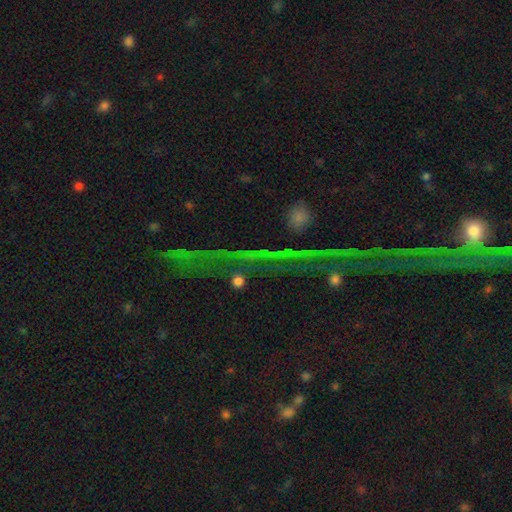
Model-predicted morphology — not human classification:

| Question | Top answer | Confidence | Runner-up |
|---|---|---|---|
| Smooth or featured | star or artifact | 81% | featured or disk (11%) |